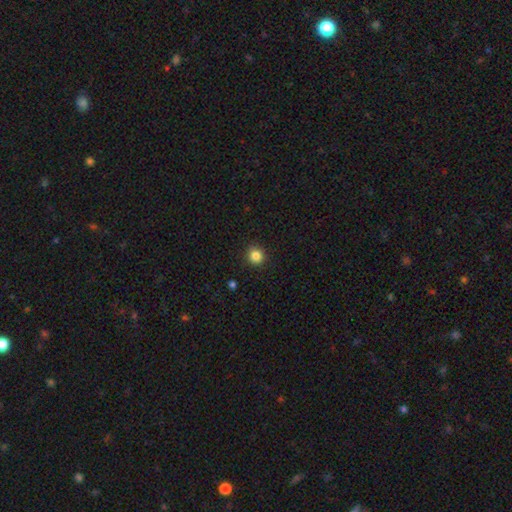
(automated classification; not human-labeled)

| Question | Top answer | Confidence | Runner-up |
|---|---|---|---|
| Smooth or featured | smooth | 85% | star or artifact (11%) |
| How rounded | round | 92% | in between (7%) |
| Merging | none | 91% | minor disturbance (6%) |